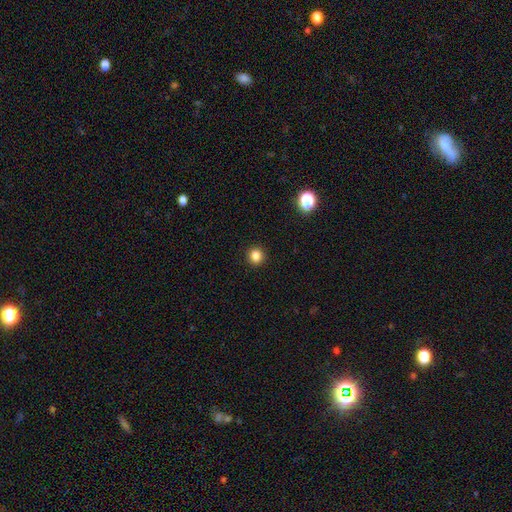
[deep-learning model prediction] smooth-or-featured: smooth: 84% | star or artifact: 12% | featured or disk: 4%
  how-rounded: round: 91% | in between: 8% | cigar-shaped: 1%
  merging: none: 93% | minor disturbance: 5% | major disturbance: 2% | merger: 1%